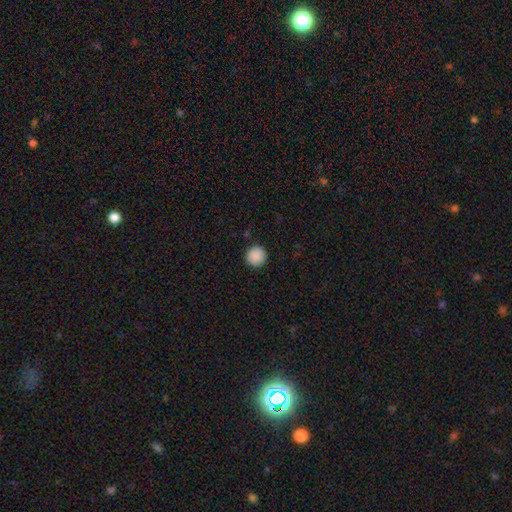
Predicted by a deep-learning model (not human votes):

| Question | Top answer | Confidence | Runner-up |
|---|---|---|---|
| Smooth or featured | smooth | 90% | star or artifact (8%) |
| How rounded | round | 96% | in between (3%) |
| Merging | none | 93% | minor disturbance (5%) |